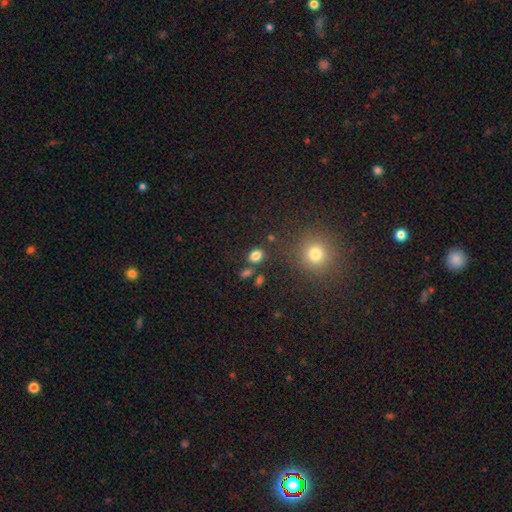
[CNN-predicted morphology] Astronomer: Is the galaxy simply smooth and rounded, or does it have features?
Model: smooth — 81%.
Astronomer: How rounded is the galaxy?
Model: in between — 59% (runner-up: round, 40%).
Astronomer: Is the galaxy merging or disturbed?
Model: none — 77%.